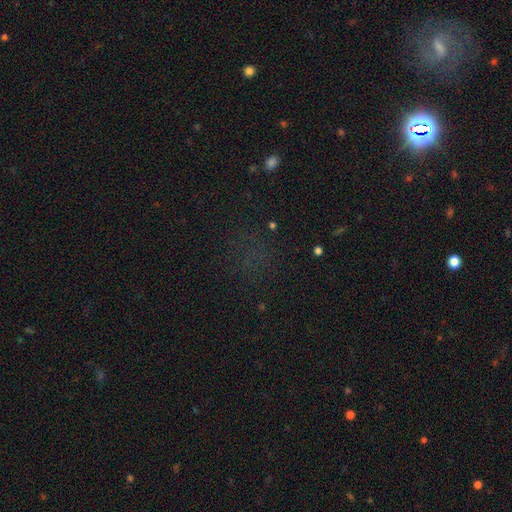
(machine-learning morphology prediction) A star or artifact, not a galaxy (60%).